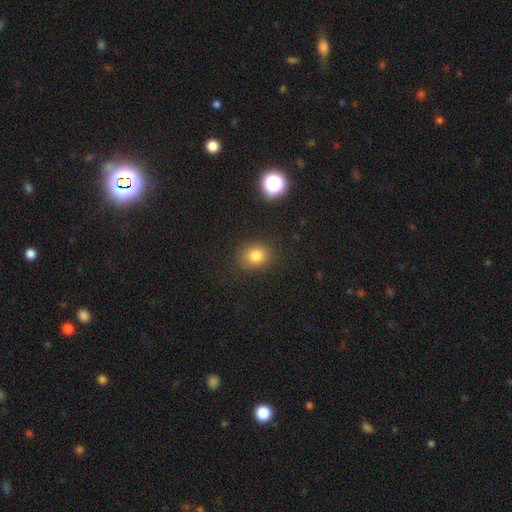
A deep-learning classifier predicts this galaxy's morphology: This appears to be a smooth galaxy with no disk features (80%) that is round (69%). Merging: none (86%).